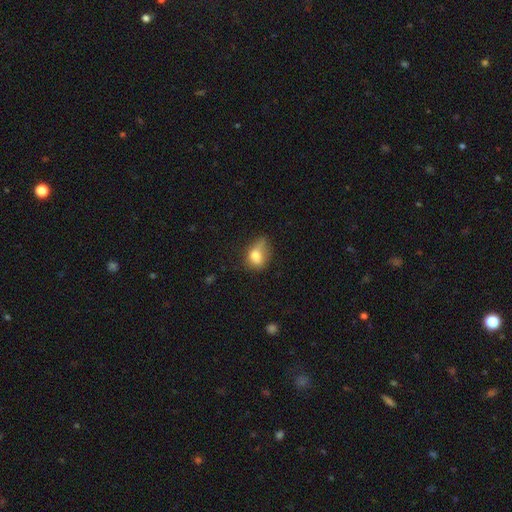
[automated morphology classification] This appears to be a smooth galaxy with no disk features (75%) that is in between round and cigar-shaped (64%). Merging: minor disturbance (40%).